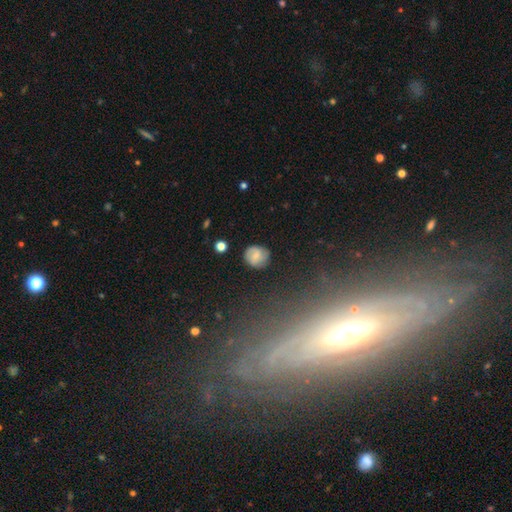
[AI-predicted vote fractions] smooth-or-featured: smooth: 56% | featured or disk: 35% | star or artifact: 9%
  how-rounded: round: 78% | in between: 20% | cigar-shaped: 1%
  merging: none: 79% | minor disturbance: 15% | major disturbance: 4% | merger: 2%